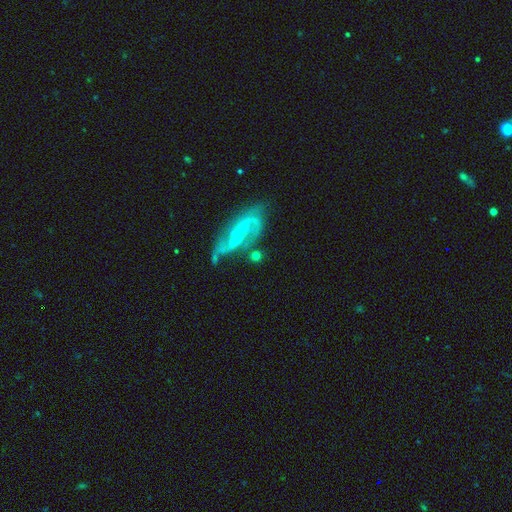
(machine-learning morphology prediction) featured or disk 69%, smooth 23%, star or artifact 8%. Down the decision tree: edge-on disk — no (94%); bar — weak (40%); spiral arms — yes (88%); spiral arm count — 2 (90%); spiral winding — loose (52%); bulge size — small (66%); merging — none (58%).